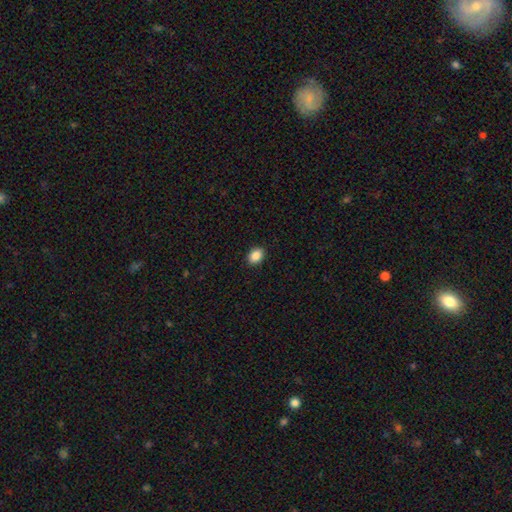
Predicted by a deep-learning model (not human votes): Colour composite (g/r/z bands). It shows a smooth galaxy with no disk features (88%) that is in between round and cigar-shaped (69%). Merging: none (91%).